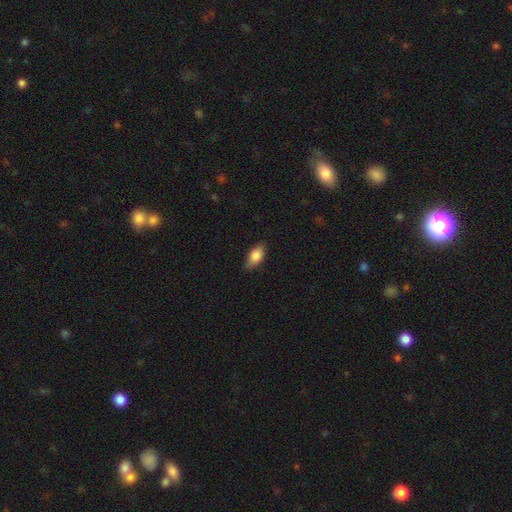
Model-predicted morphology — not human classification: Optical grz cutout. It shows a smooth galaxy with no disk features (84%) that is in between round and cigar-shaped (89%). Merging: none (77%).